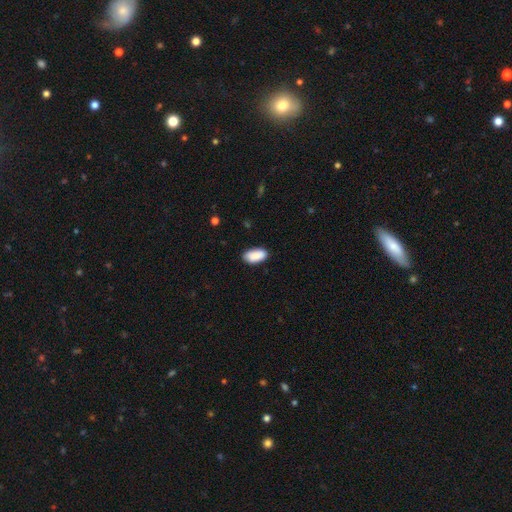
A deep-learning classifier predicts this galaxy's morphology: type=smooth (90%); roundness=in between (94%); merging=none (85%).